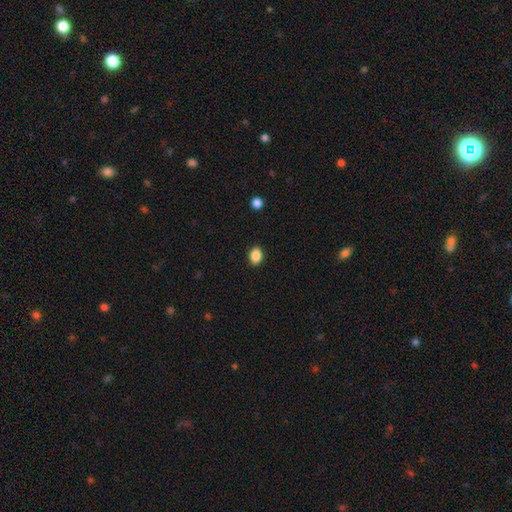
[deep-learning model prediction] Overall: smooth (88%). How rounded: in between (69%; round 30%). Merging: none (90%).